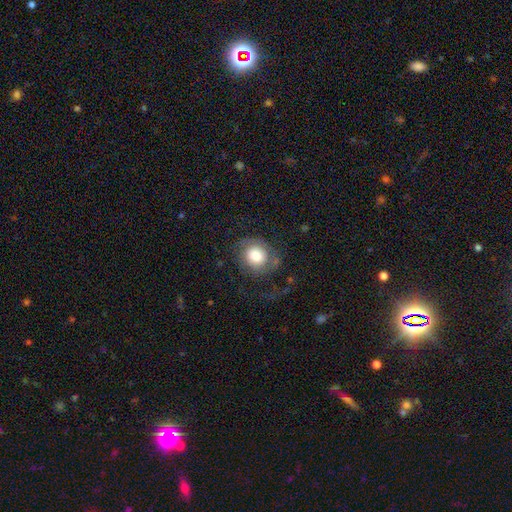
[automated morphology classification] Smooth or featured? Predicted: smooth (p=0.57). How rounded? Predicted: round (p=0.78). Merging? Predicted: none (p=0.52).